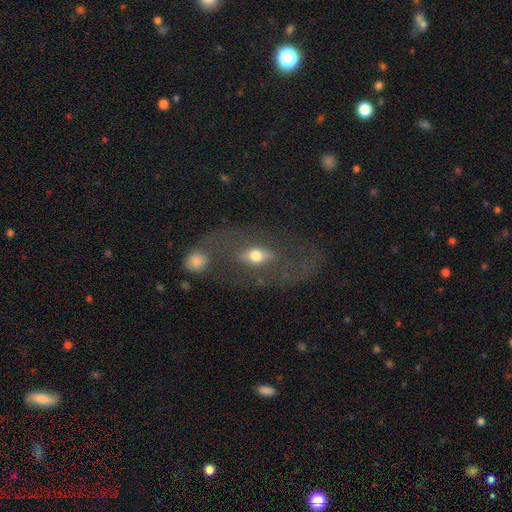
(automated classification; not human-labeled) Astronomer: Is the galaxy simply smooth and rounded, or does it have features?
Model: featured or disk — 49% (runner-up: smooth, 38%).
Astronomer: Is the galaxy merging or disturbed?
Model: none — 49%.